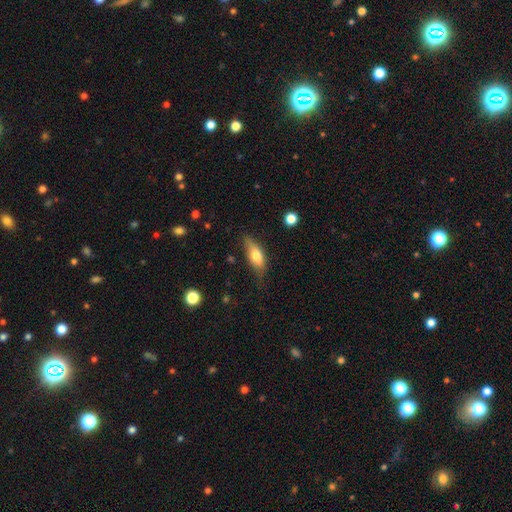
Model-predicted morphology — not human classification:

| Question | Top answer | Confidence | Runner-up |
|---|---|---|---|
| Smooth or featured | smooth | 66% | featured or disk (27%) |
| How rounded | in between | 72% | cigar-shaped (24%) |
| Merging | none | 67% | minor disturbance (25%) |